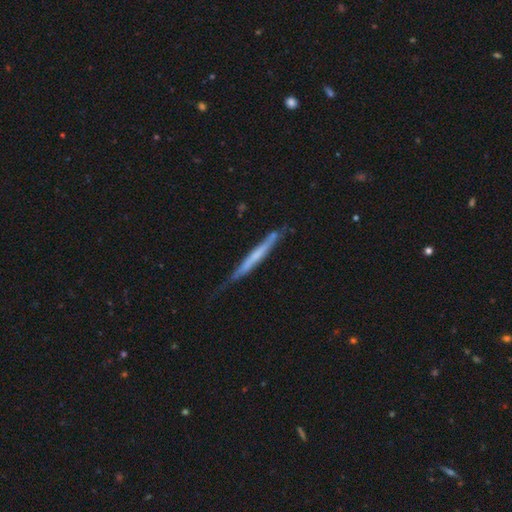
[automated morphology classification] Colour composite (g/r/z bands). It shows a featured or disk galaxy (55%) viewed edge-on (94%) with no central bulge (78%). Merging: none (69%).